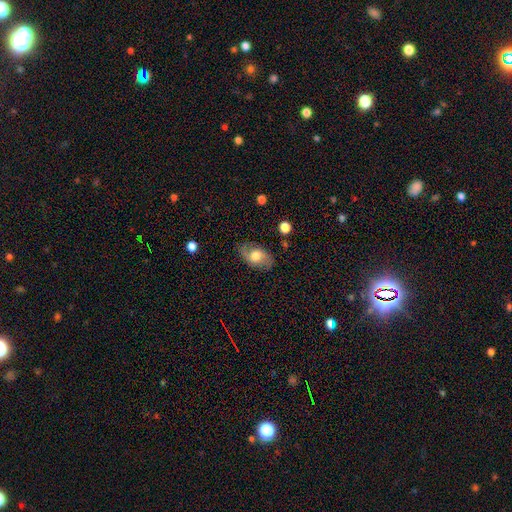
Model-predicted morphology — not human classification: type=smooth (51%); roundness=in between (88%); merging=none (80%).